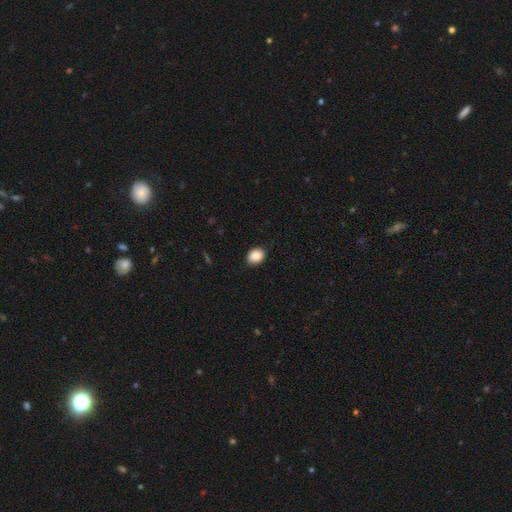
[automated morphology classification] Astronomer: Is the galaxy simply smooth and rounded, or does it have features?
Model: smooth — 87%.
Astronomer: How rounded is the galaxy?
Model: in between — 57% (runner-up: round, 42%).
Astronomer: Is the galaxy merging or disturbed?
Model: none — 85%.